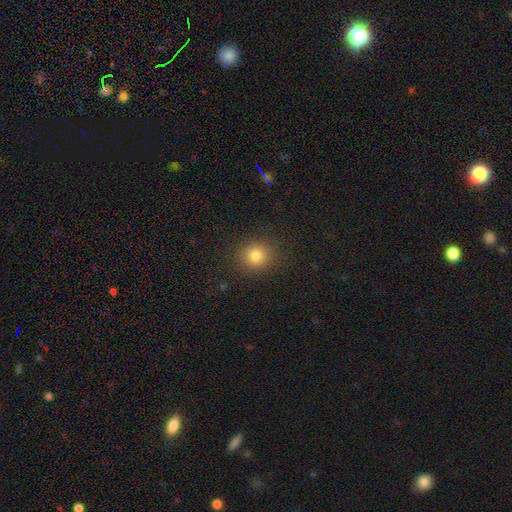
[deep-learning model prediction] smooth 82%, star or artifact 12%, featured or disk 6%. Down the decision tree: how rounded — round (77%); merging — none (88%).